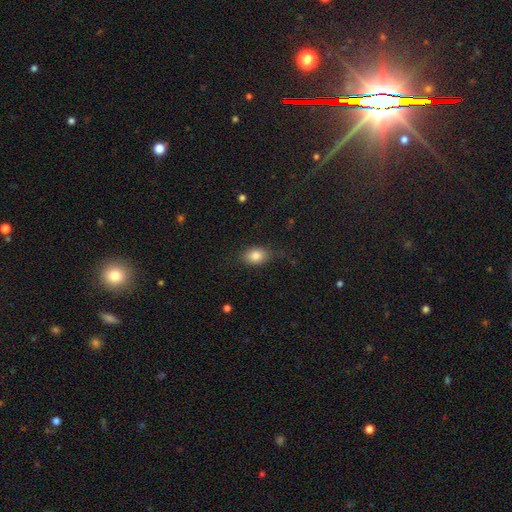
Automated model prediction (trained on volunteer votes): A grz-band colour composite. It shows a smooth galaxy with no disk features (83%) that is in between round and cigar-shaped (80%). Merging: none (76%).